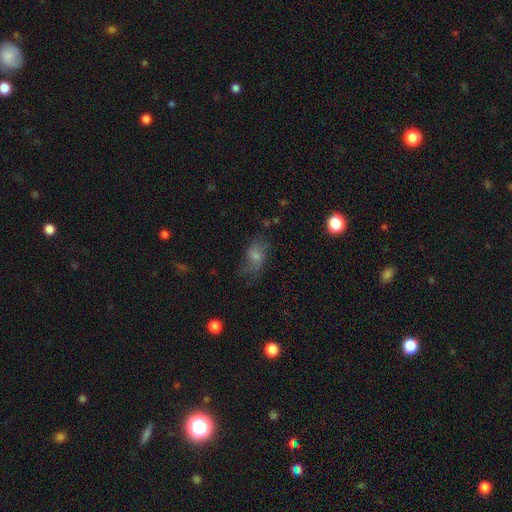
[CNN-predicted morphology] This is likely a smooth galaxy (61%). How rounded: clearly in between (82%). Merging: possibly none (50%).